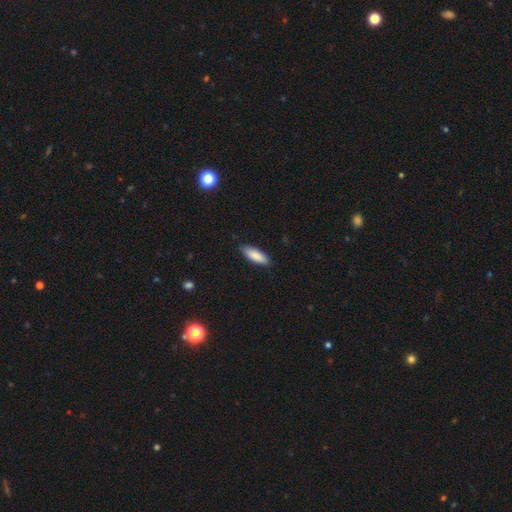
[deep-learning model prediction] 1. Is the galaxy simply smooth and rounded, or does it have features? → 87% smooth, 7% featured or disk, 6% star or artifact.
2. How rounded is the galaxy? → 63% in between, 36% cigar-shaped, 2% round.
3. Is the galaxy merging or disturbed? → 87% none, 10% minor disturbance, 2% major disturbance, 1% merger.